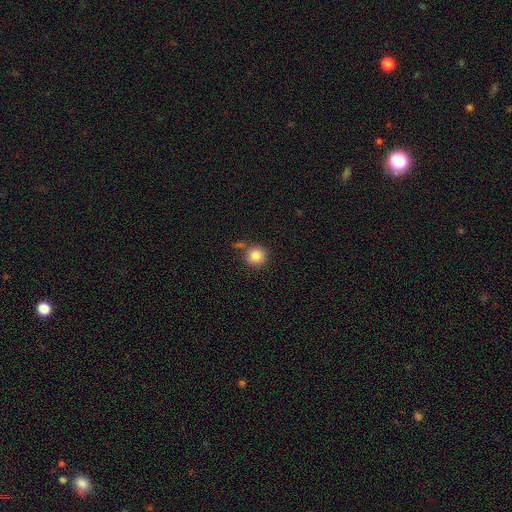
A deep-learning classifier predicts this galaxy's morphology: This is clearly a smooth galaxy (84%). How rounded: clearly round (93%). Merging: likely none (75%).